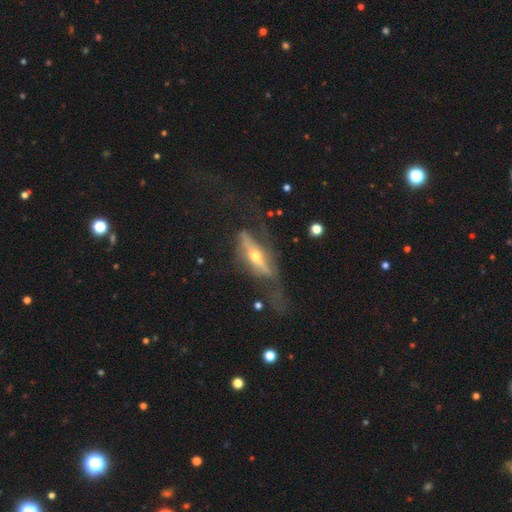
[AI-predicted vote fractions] The model was most divided on "merging": none: 40%, major disturbance: 35%, minor disturbance: 21%, merger: 4%. More confident: edge-on bulge — rounded (93%); smooth or featured — featured or disk (77%); edge-on disk — yes (68%).